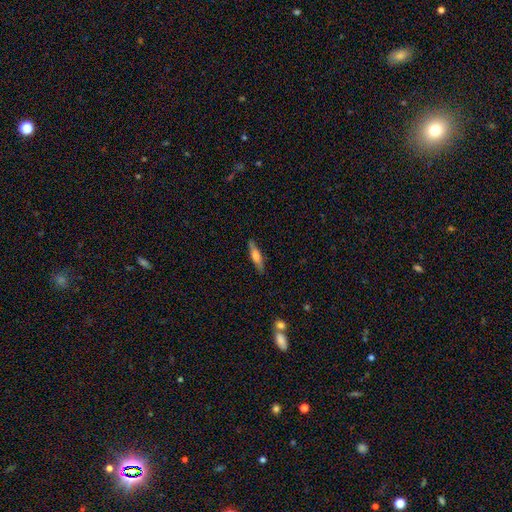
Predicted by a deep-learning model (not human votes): This appears to be a smooth galaxy with no disk features (55%) that is cigar-shaped (79%). Merging: none (87%).